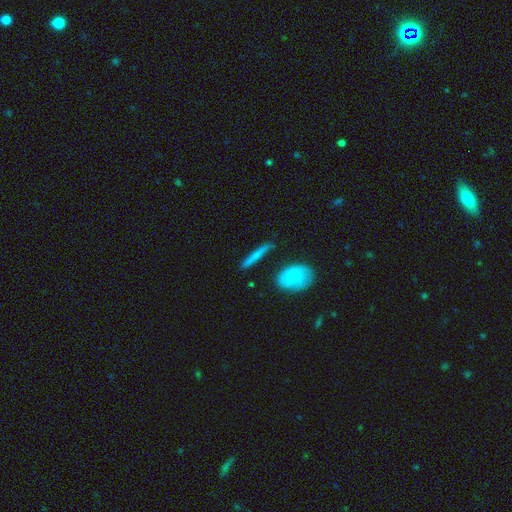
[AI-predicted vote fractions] smooth-or-featured: smooth: 61% | featured or disk: 32% | star or artifact: 7%
  how-rounded: cigar-shaped: 87% | in between: 9% | round: 3%
  merging: none: 78% | minor disturbance: 14% | merger: 4% | major disturbance: 4%